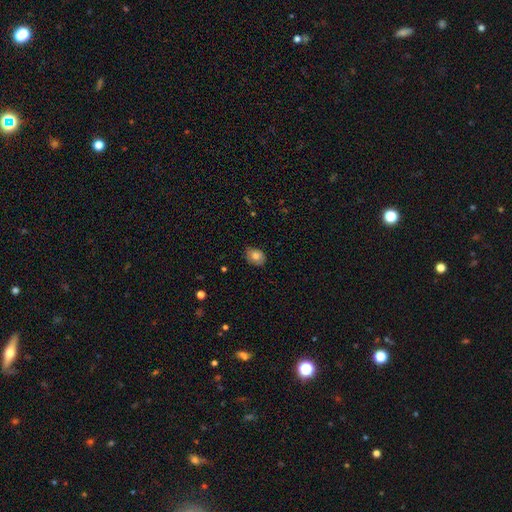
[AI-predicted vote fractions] A smooth galaxy with no disk features (78%) that is in between round and cigar-shaped (63%).

Vote fractions:
- Smooth or featured? smooth: 78% / featured or disk: 14% / star or artifact: 9%
- How rounded? in between: 63% / round: 36% / cigar-shaped: 1%
- Merging? none: 80% / minor disturbance: 16% / major disturbance: 3% / merger: 1%